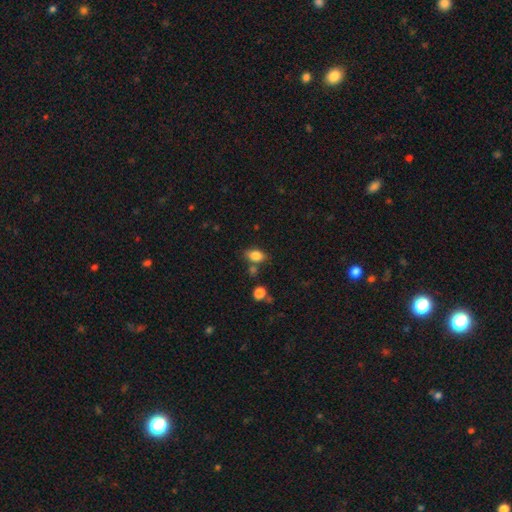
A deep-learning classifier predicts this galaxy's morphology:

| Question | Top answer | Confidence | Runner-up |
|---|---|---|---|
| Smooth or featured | smooth | 83% | star or artifact (10%) |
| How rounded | in between | 84% | round (14%) |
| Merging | none | 70% | minor disturbance (15%) |